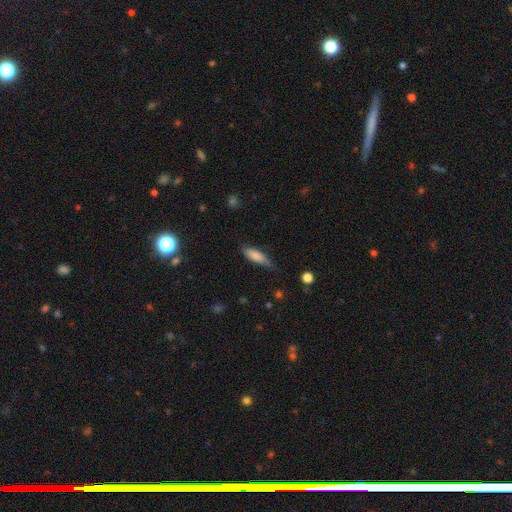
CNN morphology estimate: Smooth or featured? smooth (80%)
How rounded? in between (50%)
Merging? none (64%)